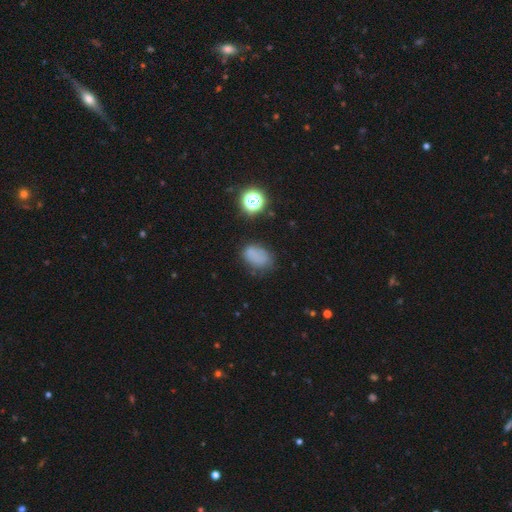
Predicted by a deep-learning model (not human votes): smooth_or_featured: smooth (p=0.71) [alt: star or artifact p=0.17]
how_rounded: in between (p=0.80) [alt: round p=0.19]
merging: none (p=0.56) [alt: minor disturbance p=0.27]